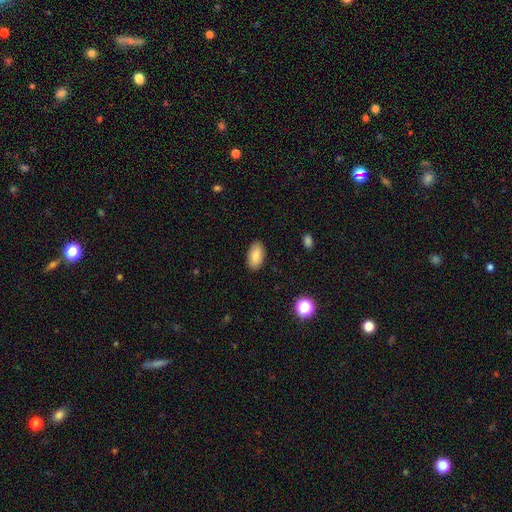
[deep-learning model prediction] Smooth or featured: smooth — 86% (featured or disk — 7%)
How rounded: in between — 94% (round — 3%)
Merging: none — 88% (minor disturbance — 9%)